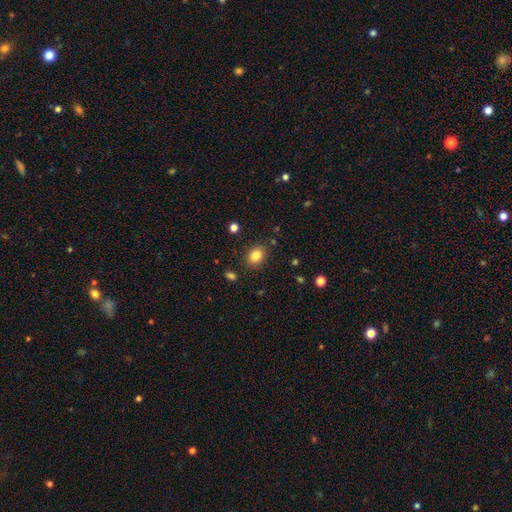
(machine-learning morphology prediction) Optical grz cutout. It shows a smooth galaxy with no disk features (84%) that is in between round and cigar-shaped (57%). Merging: none (85%).